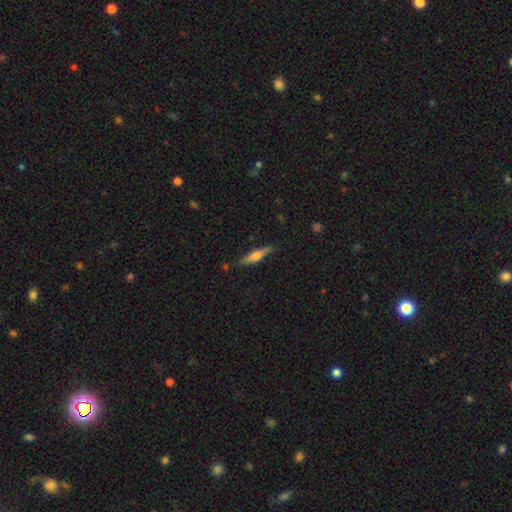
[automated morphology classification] A featured or disk galaxy (52%) viewed edge-on (95%).

Vote fractions:
- Smooth or featured? featured or disk: 52% / smooth: 42% / star or artifact: 6%
- Edge-on disk? yes: 95% / no: 5%
- Merging? none: 84% / minor disturbance: 12% / major disturbance: 2% / merger: 2%